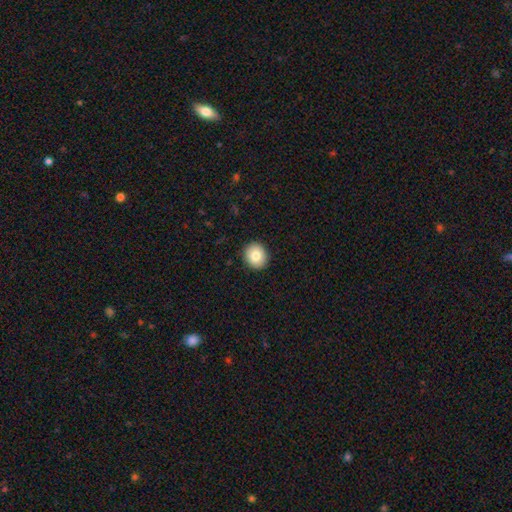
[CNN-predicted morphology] This appears to be a smooth galaxy with no disk features (81%) that is round (83%). Merging: none (92%).